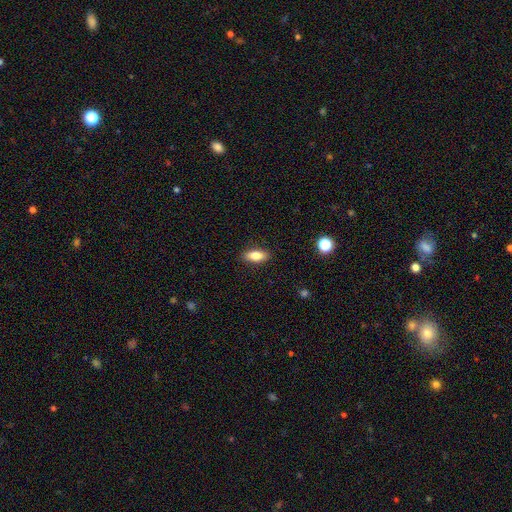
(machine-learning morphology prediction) Smooth or featured: smooth — 81% (featured or disk — 12%)
How rounded: in between — 80% (cigar-shaped — 16%)
Merging: none — 88% (minor disturbance — 9%)